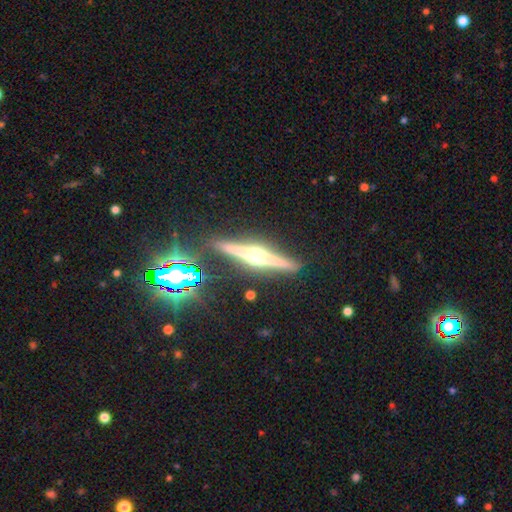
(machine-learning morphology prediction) Smooth or featured: featured or disk — 82% (smooth — 10%)
Edge-on disk: yes — 98% (no — 2%)
Edge-on bulge: rounded — 91% (boxy — 6%)
Merging: none — 89% (minor disturbance — 7%)